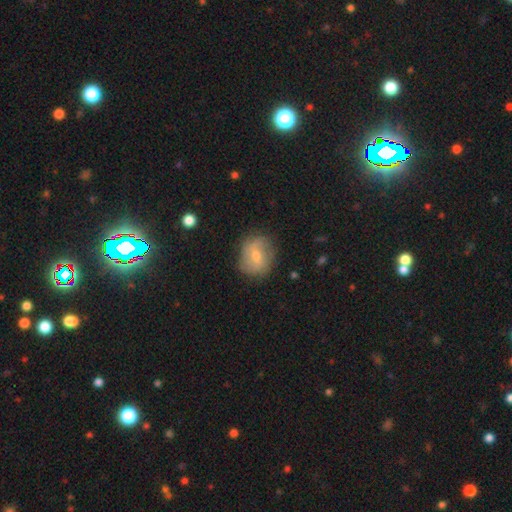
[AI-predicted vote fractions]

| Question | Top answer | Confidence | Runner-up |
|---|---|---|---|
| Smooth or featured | featured or disk | 48% | smooth (41%) |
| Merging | none | 79% | minor disturbance (16%) |